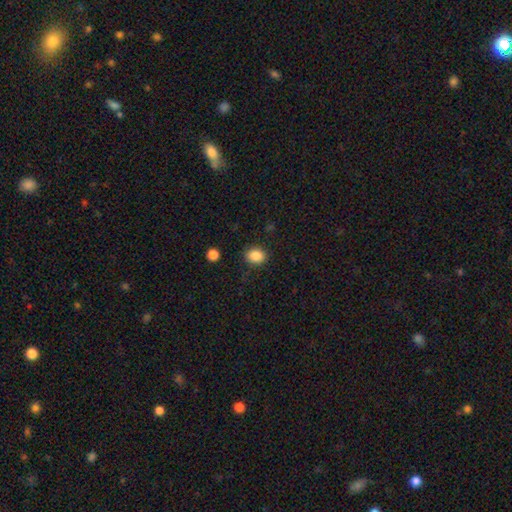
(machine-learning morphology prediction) Smooth or featured? smooth (87%)
How rounded? in between (51%)
Merging? none (85%)